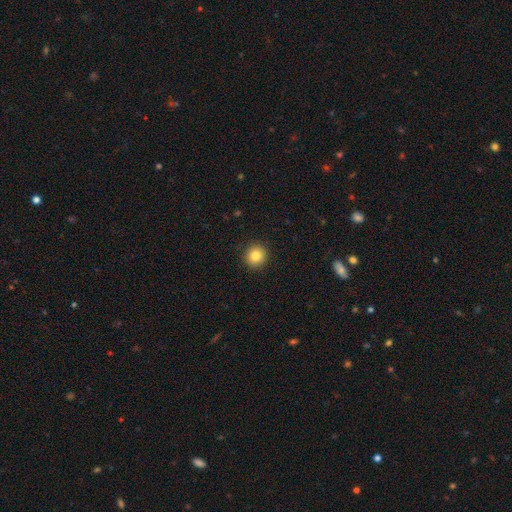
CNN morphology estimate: Q: Smooth or featured?
A: smooth (83%); runner-up: star or artifact (10%)
Q: How rounded?
A: round (92%); runner-up: in between (8%)
Q: Merging?
A: none (92%); runner-up: minor disturbance (5%)